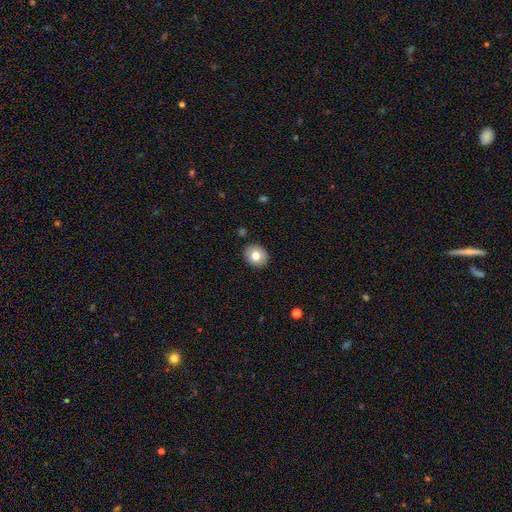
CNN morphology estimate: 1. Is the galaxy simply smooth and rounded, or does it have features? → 78% smooth, 13% featured or disk, 9% star or artifact.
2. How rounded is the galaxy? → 65% round, 34% in between, 1% cigar-shaped.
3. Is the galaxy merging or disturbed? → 89% none, 8% minor disturbance, 2% major disturbance, 1% merger.